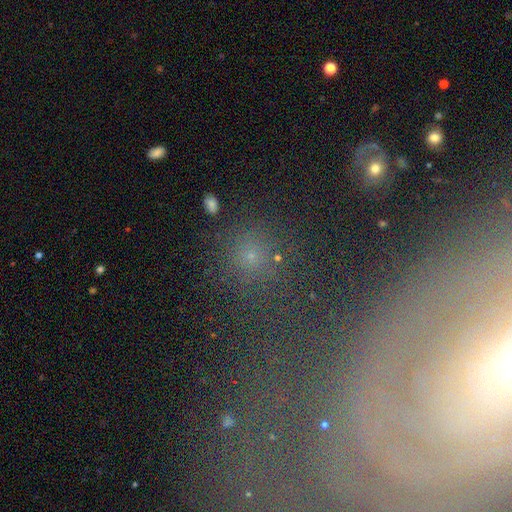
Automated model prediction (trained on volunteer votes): The model was most divided on "smooth or featured": smooth: 48%, star or artifact: 34%, featured or disk: 18%. More confident: merging — none (84%).